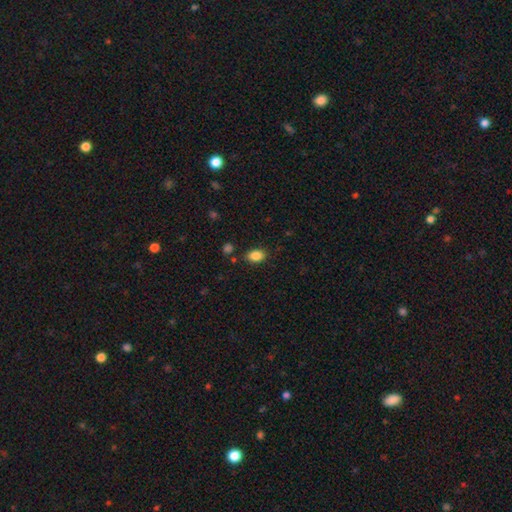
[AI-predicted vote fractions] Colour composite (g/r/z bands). It shows a smooth galaxy with no disk features (86%) that is in between round and cigar-shaped (83%). Merging: none (84%).